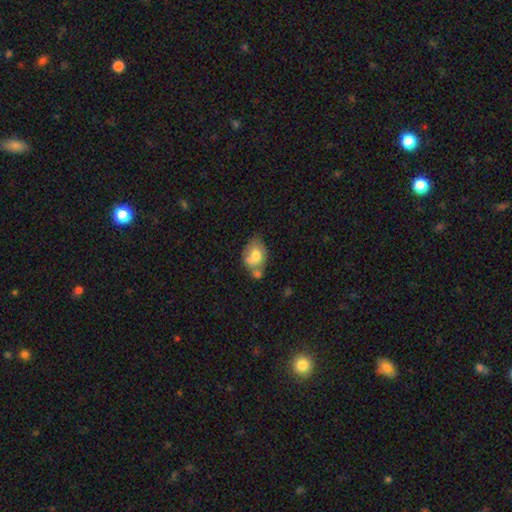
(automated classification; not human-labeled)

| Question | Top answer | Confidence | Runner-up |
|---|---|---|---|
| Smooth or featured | smooth | 65% | featured or disk (27%) |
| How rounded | in between | 73% | round (25%) |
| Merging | merger | 35% | none (31%) |